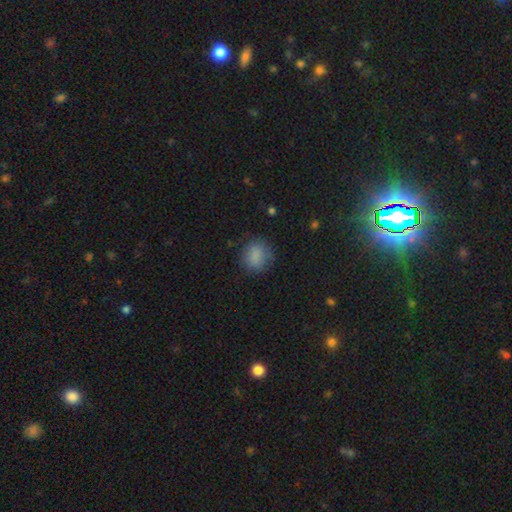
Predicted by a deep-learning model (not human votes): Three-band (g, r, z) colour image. It shows a smooth galaxy with no disk features (83%) that is round (78%). Merging: none (76%).